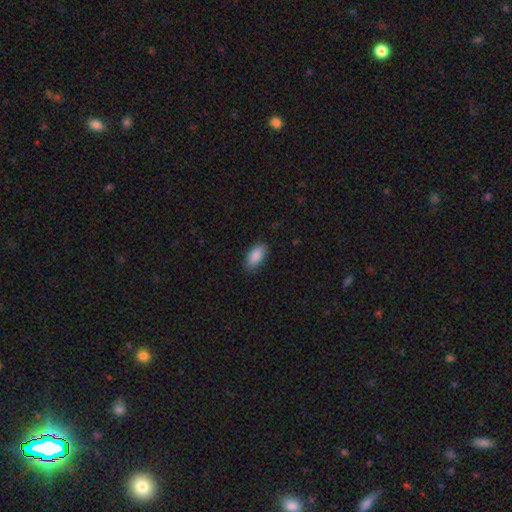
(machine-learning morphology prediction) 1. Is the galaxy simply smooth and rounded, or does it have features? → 90% smooth, 6% star or artifact, 4% featured or disk.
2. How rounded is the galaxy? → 93% in between, 5% cigar-shaped, 2% round.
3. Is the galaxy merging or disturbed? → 85% none, 12% minor disturbance, 3% major disturbance, 1% merger.